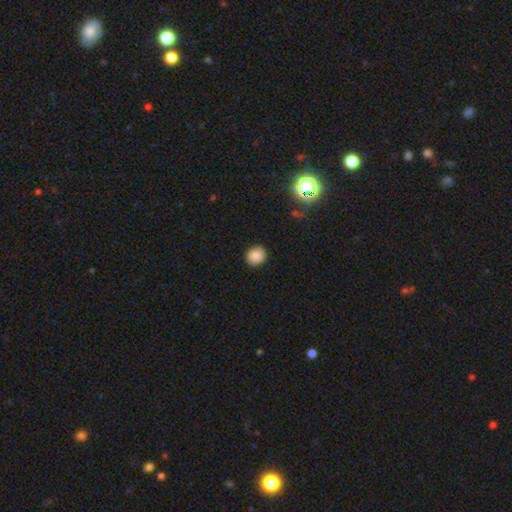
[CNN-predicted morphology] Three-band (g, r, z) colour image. It shows a smooth galaxy with no disk features (85%) that is round (84%). Merging: none (87%).